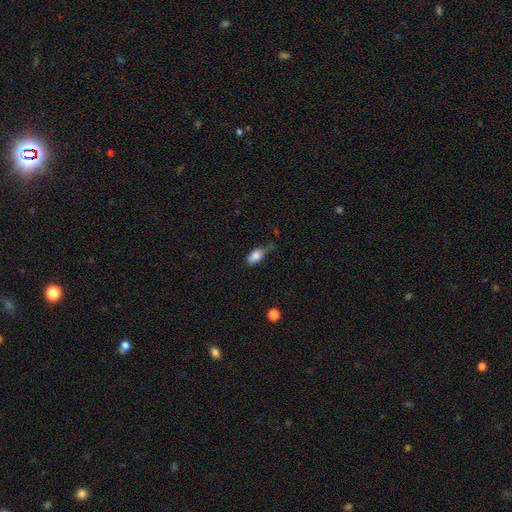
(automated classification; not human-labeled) Smooth or featured? Predicted: smooth (p=0.81). How rounded? Predicted: in between (p=0.87). Merging? Predicted: minor disturbance (p=0.39, tied with none).